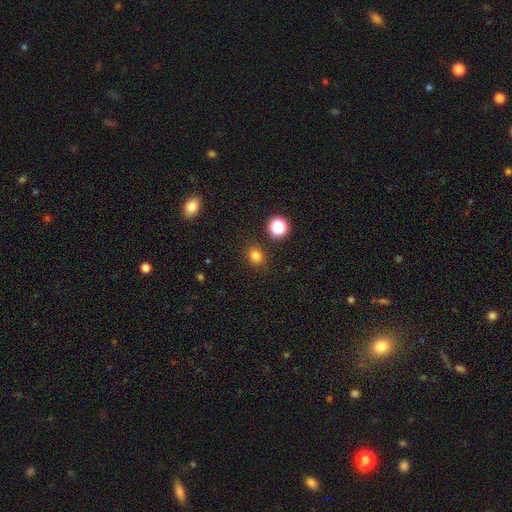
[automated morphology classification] The model was most divided on "how rounded": round: 79%, in between: 20%, cigar-shaped: 1%. More confident: merging — none (87%); smooth or featured — smooth (79%).